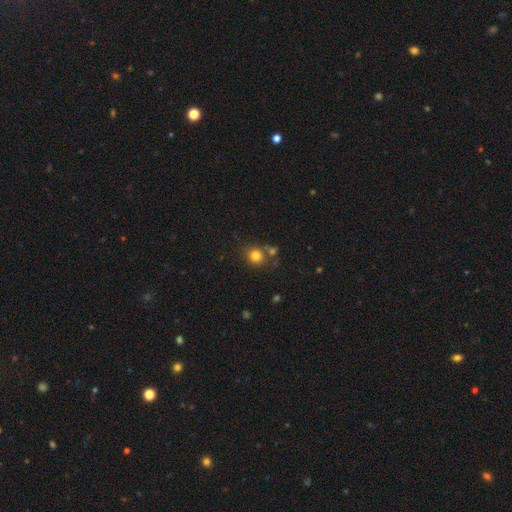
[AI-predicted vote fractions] A smooth galaxy with no disk features (80%) that is round (85%).

Vote fractions:
- Smooth or featured? smooth: 80% / star or artifact: 13% / featured or disk: 7%
- How rounded? round: 85% / in between: 14% / cigar-shaped: 1%
- Merging? none: 68% / merger: 17% / minor disturbance: 11% / major disturbance: 4%